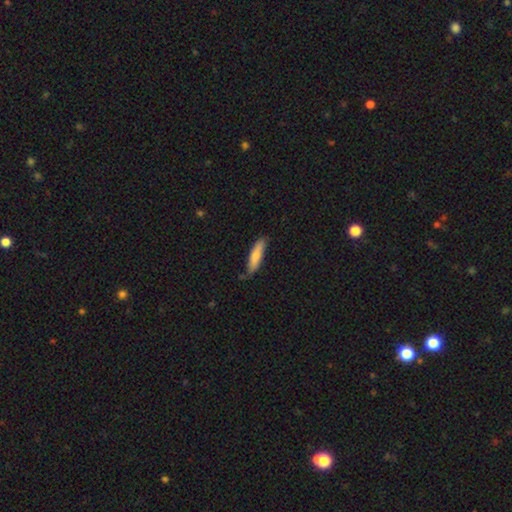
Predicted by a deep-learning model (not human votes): This appears to be a smooth galaxy with no disk features (75%) that is cigar-shaped (69%). Merging: none (74%).